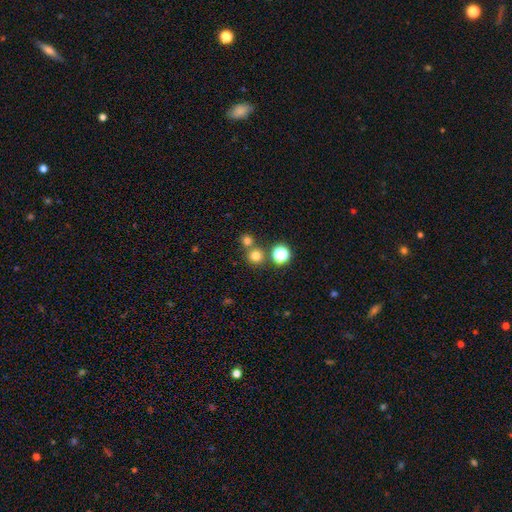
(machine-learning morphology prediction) Smooth or featured?
  - smooth: 73% *
  - star or artifact: 20%
  - featured or disk: 7%
How rounded?
  - round: 93% *
  - in between: 6%
  - cigar-shaped: 1%
Merging?
  - none: 68% *
  - merger: 23%
  - minor disturbance: 6%
  - major disturbance: 3%